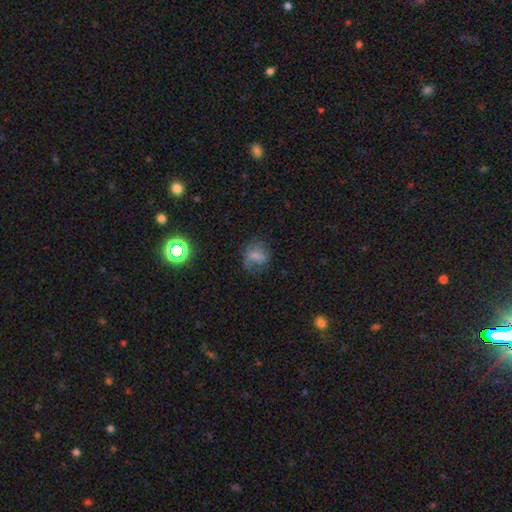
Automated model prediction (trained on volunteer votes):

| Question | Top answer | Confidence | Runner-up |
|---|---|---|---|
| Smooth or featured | smooth | 55% | featured or disk (31%) |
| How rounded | round | 56% | in between (42%) |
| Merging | none | 56% | minor disturbance (23%) |